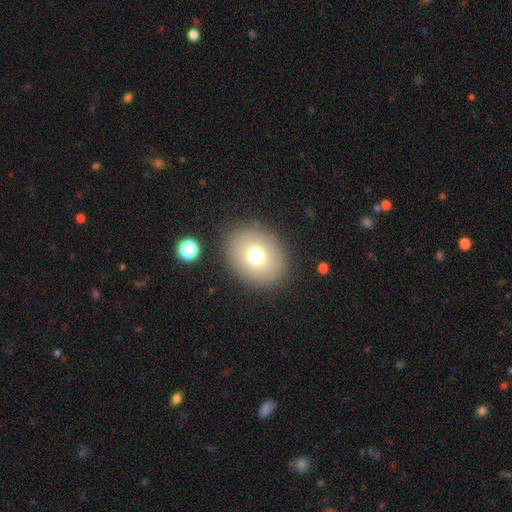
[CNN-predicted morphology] smooth-or-featured: smooth: 72% | featured or disk: 15% | star or artifact: 13%
  how-rounded: round: 60% | in between: 39% | cigar-shaped: 1%
  merging: none: 86% | minor disturbance: 8% | major disturbance: 4% | merger: 2%